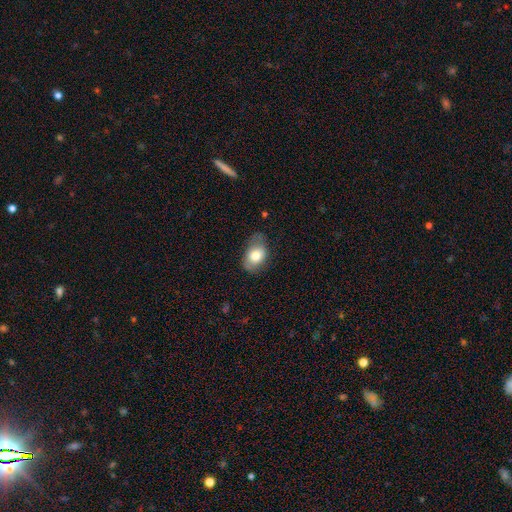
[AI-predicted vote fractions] Smooth or featured? Predicted: smooth (p=0.74). How rounded? Predicted: in between (p=0.84). Merging? Predicted: none (p=0.59).